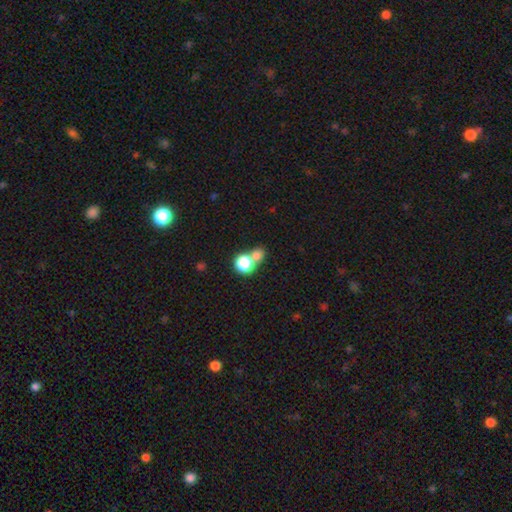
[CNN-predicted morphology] This appears to be a smooth galaxy with no disk features (77%) that is round (75%). Merging: merger (49%).